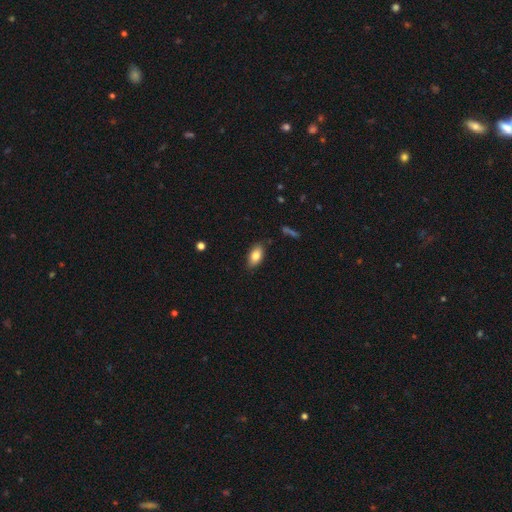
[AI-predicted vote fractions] A smooth galaxy with no disk features (82%) that is in between round and cigar-shaped (91%). Merging: none (85%).